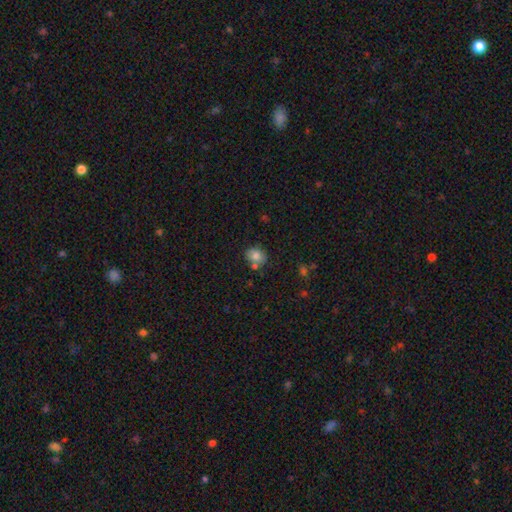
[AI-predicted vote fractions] A smooth galaxy with no disk features (80%) that is in between round and cigar-shaped (50%).

Vote fractions:
- Smooth or featured? smooth: 80% / featured or disk: 10% / star or artifact: 10%
- How rounded? in between: 50% / round: 49% / cigar-shaped: 1%
- Merging? none: 64% / merger: 16% / minor disturbance: 16% / major disturbance: 4%